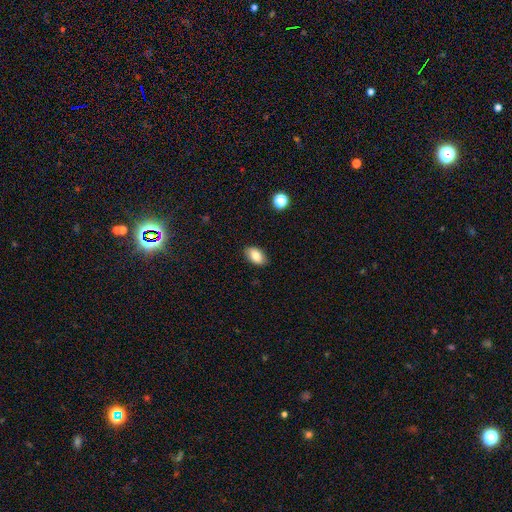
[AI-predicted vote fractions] Smooth or featured? smooth (83%)
How rounded? in between (92%)
Merging? none (87%)